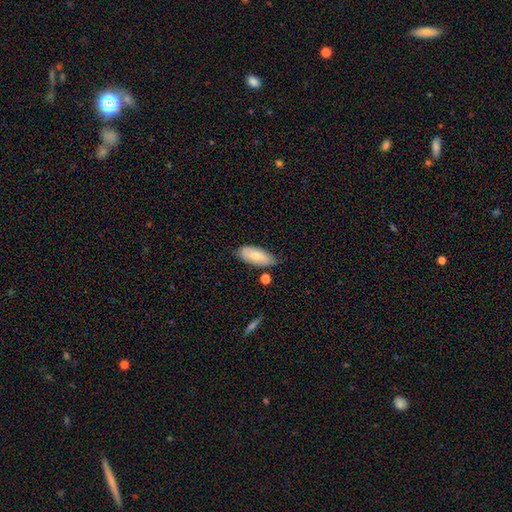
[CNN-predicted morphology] smooth_or_featured: smooth (p=0.73) [alt: featured or disk p=0.21]
how_rounded: in between (p=0.85) [alt: cigar-shaped p=0.13]
merging: none (p=0.63) [alt: minor disturbance p=0.28]